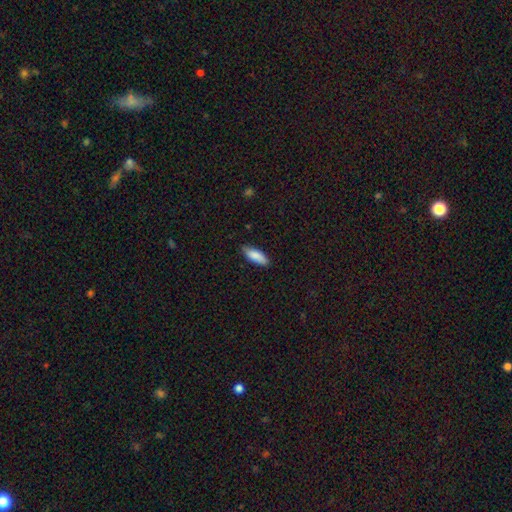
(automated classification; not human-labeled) Morphology: type=smooth (87%); roundness=in between (71%); merging=none (82%).